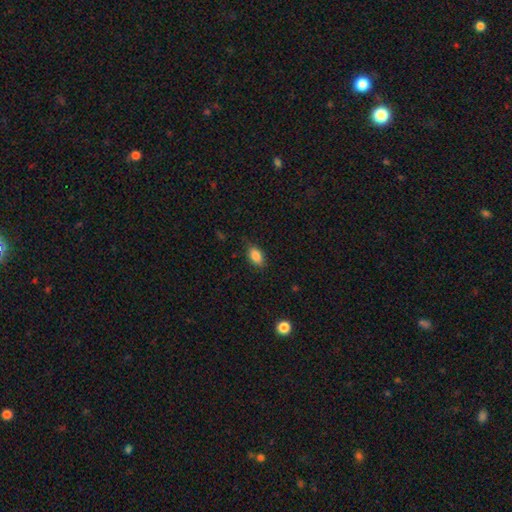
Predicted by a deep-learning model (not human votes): Overall: smooth (86%). How rounded: in between (89%). Merging: none (80%).